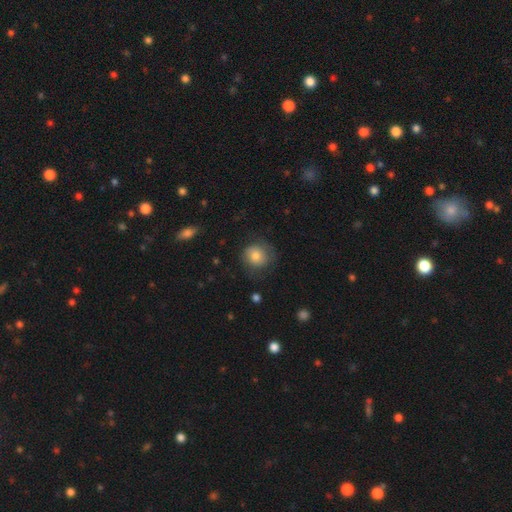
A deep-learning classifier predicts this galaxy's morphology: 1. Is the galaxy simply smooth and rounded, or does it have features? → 76% smooth, 16% featured or disk, 8% star or artifact.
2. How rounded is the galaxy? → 83% round, 16% in between, 1% cigar-shaped.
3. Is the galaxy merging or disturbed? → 66% none, 22% minor disturbance, 11% major disturbance, 1% merger.